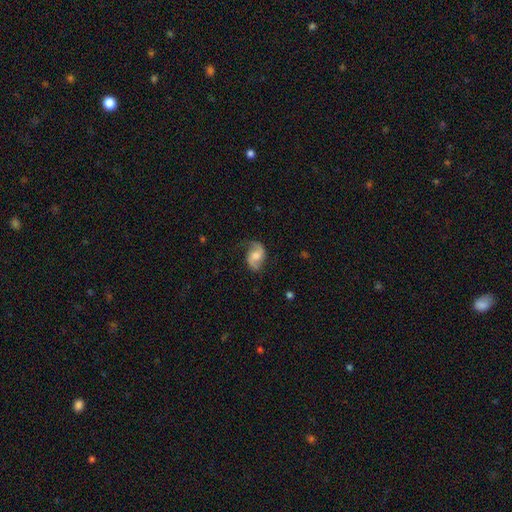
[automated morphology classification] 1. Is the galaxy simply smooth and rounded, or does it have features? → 72% featured or disk, 21% smooth, 7% star or artifact.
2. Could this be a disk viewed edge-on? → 97% no, 3% yes.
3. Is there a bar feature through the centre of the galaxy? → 50% no, 41% weak, 9% strong.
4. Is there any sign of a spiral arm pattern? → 94% yes, 6% no.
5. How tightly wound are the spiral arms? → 51% loose, 38% medium, 10% tight.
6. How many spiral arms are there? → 90% 2, 4% can't tell, 3% 1, 1% 3, 1% 4, 1% more than 4.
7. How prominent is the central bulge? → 46% moderate, 21% small, 18% large, 12% none, 2% dominant.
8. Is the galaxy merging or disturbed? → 70% none, 20% minor disturbance, 9% major disturbance, 2% merger.